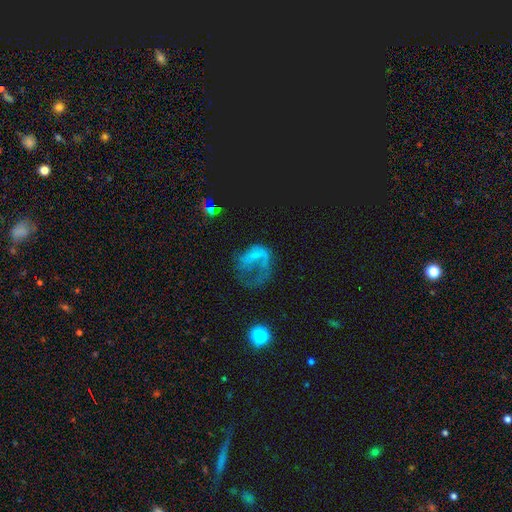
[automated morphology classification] smooth_or_featured: featured or disk (p=0.51) [alt: smooth p=0.33]
disk_edge_on: no (p=0.97) [alt: yes p=0.03]
bar: no (p=0.76) [alt: weak p=0.18]
has_spiral_arms: no (p=0.59) [alt: yes p=0.41]
bulge_size: none (p=0.68) [alt: small p=0.19]
merging: major disturbance (p=0.55) [alt: none p=0.26]